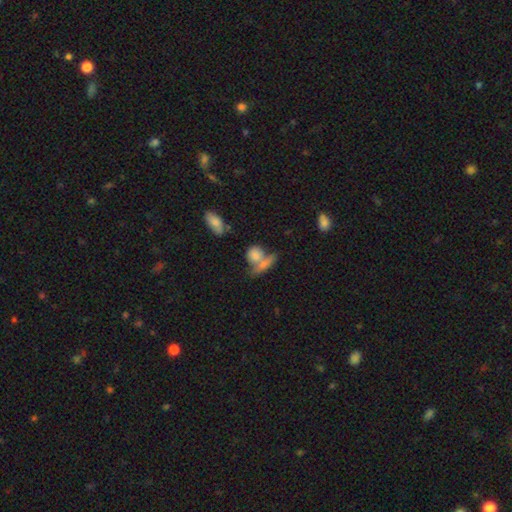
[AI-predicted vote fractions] This is likely a smooth galaxy (71%). How rounded: possibly round (49%). Merging: marginally none (42%).